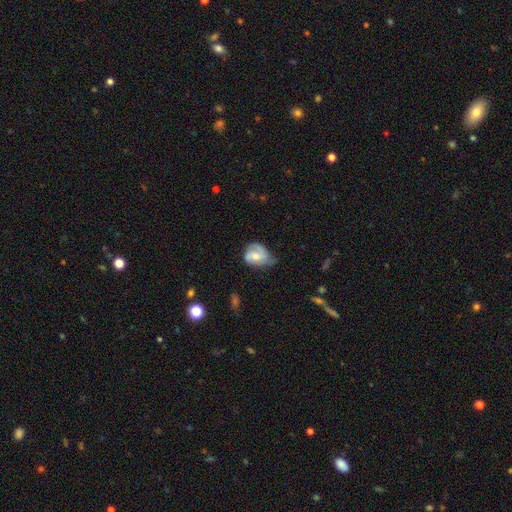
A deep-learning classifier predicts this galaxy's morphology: Smooth or featured? featured or disk (53%)
Edge-on disk? no (97%)
Bar? no (58%)
Spiral arms? yes (81%)
Bulge size? moderate (53%)
Merging? minor disturbance (40%)